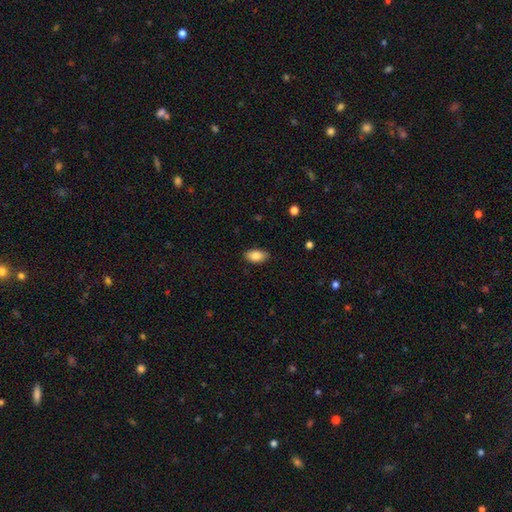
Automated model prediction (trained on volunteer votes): Smooth or featured: smooth — 84% (featured or disk — 8%)
How rounded: in between — 92% (round — 5%)
Merging: none — 84% (minor disturbance — 13%)